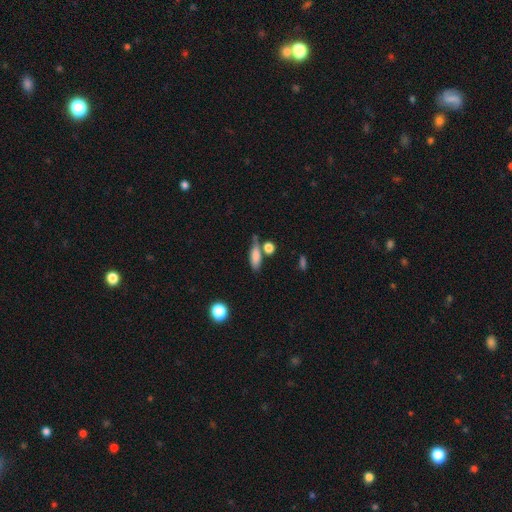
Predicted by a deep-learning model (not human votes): A smooth galaxy with no disk features (79%) that is in between round and cigar-shaped (60%).

Vote fractions:
- Smooth or featured? smooth: 79% / featured or disk: 12% / star or artifact: 9%
- How rounded? in between: 60% / cigar-shaped: 35% / round: 5%
- Merging? none: 55% / minor disturbance: 20% / merger: 18% / major disturbance: 7%